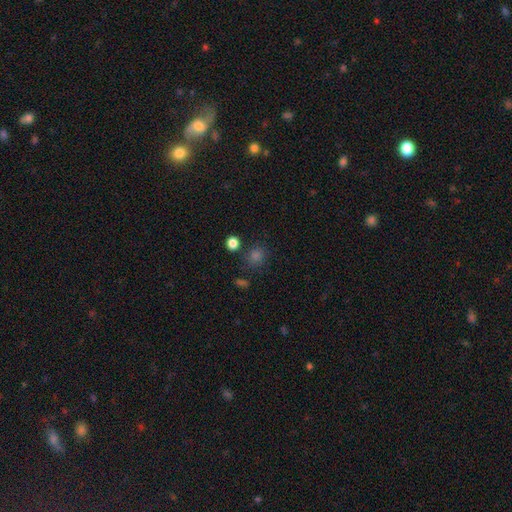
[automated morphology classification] smooth-or-featured: smooth: 70% | star or artifact: 25% | featured or disk: 5%
  how-rounded: round: 84% | in between: 15% | cigar-shaped: 1%
  merging: none: 82% | minor disturbance: 9% | merger: 6% | major disturbance: 3%